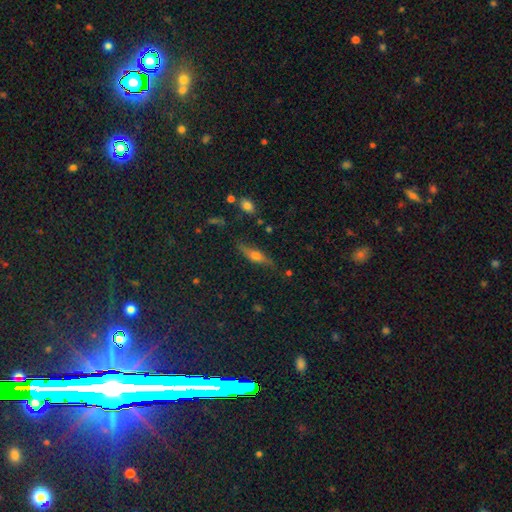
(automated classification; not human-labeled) featured or disk 54%, smooth 35%, star or artifact 10%. Down the decision tree: edge-on disk — yes (84%); merging — none (76%).